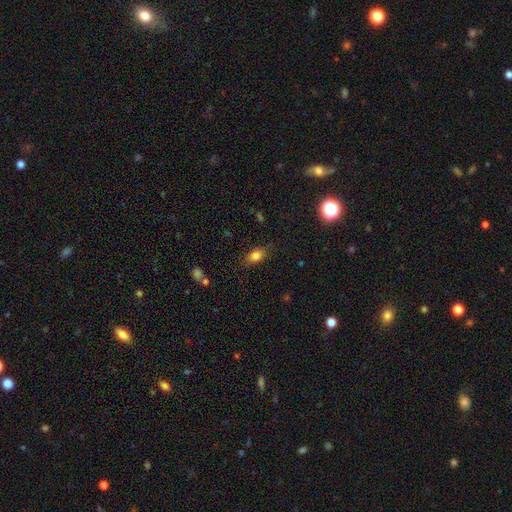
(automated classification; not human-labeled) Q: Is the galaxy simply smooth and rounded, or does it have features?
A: smooth — 81%.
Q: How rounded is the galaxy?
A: in between — 80%.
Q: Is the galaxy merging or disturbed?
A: none — 79%.